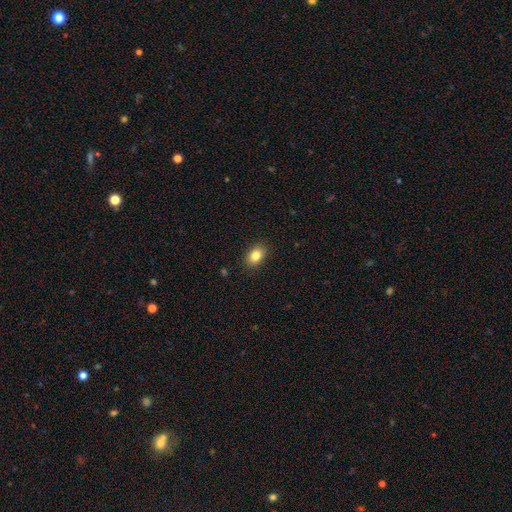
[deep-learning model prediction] Smooth or featured?
  - smooth: 84% *
  - star or artifact: 9%
  - featured or disk: 7%
How rounded?
  - in between: 80% *
  - round: 19%
  - cigar-shaped: 1%
Merging?
  - none: 88% *
  - minor disturbance: 9%
  - major disturbance: 2%
  - merger: 1%